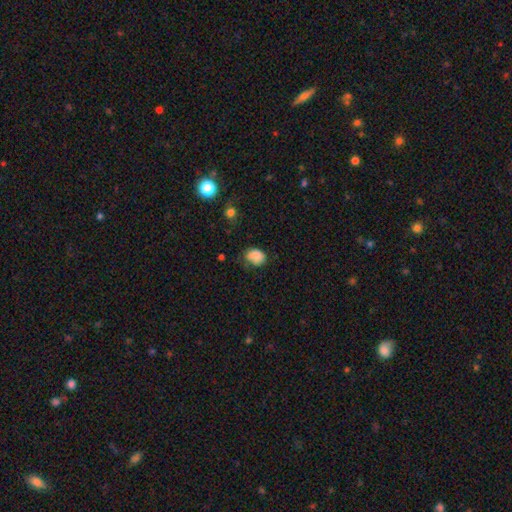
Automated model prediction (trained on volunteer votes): Smooth or featured: smooth — 82% (star or artifact — 9%)
How rounded: in between — 65% (round — 34%)
Merging: none — 50% (minor disturbance — 34%)